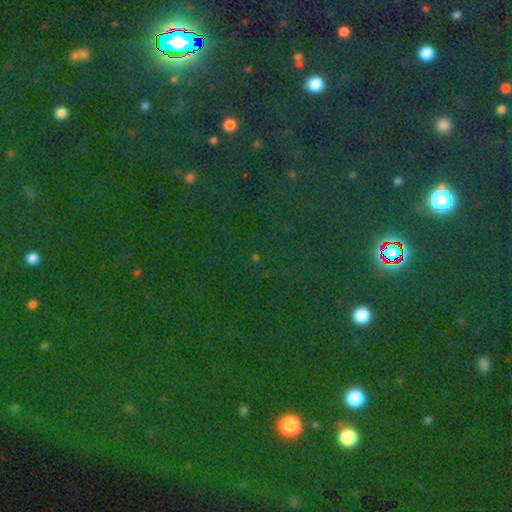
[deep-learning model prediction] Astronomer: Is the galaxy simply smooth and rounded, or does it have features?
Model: star or artifact — 79%.